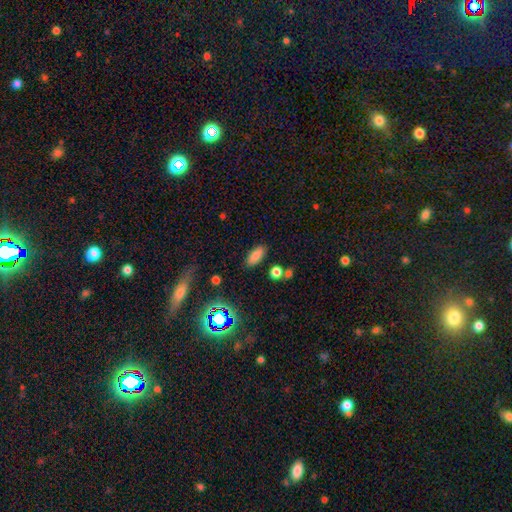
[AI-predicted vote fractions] This appears to be a smooth galaxy with no disk features (80%) that is in between round and cigar-shaped (83%). Merging: none (85%).